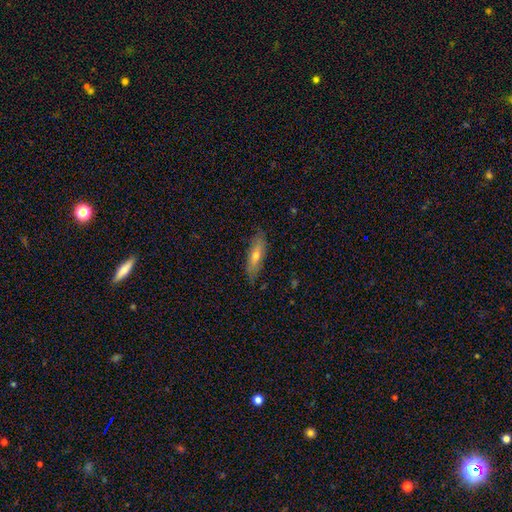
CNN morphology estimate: smooth 53%, featured or disk 40%, star or artifact 7%. Down the decision tree: how rounded — cigar-shaped (58%); merging — none (82%).